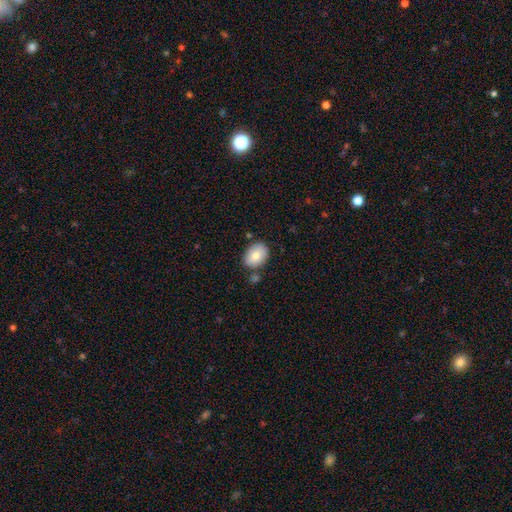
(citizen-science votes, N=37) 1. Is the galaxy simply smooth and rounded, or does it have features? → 76% smooth, 24% featured or disk, 0% star or artifact.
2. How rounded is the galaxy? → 71% in between, 29% round, 0% cigar-shaped.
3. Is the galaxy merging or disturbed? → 70% none, 14% merger, 11% minor disturbance, 5% major disturbance.